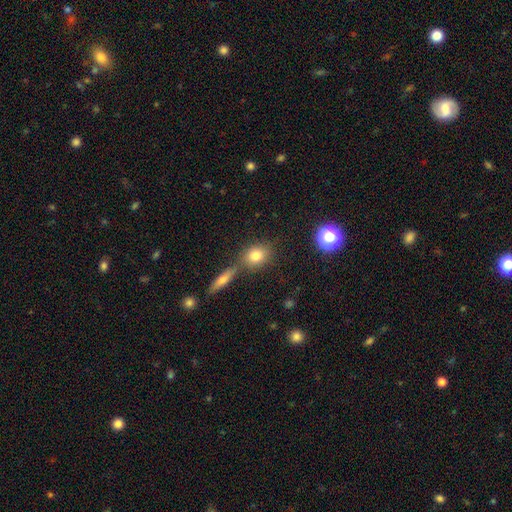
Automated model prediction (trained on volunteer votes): Overall: smooth (78%). How rounded: round (54%; in between 43%). Merging: none (65%).